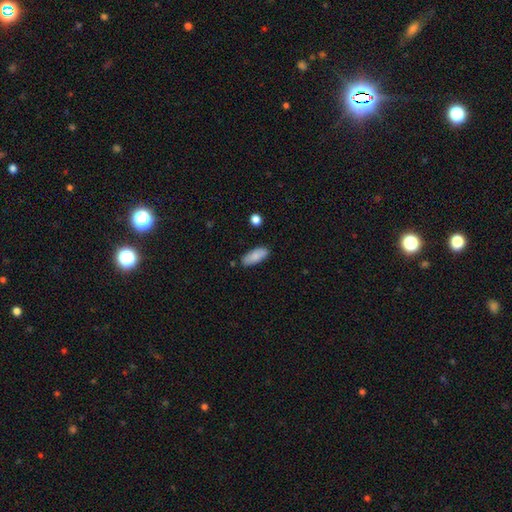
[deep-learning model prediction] A smooth galaxy with no disk features (84%) that is in between round and cigar-shaped (78%). Merging: none (81%).